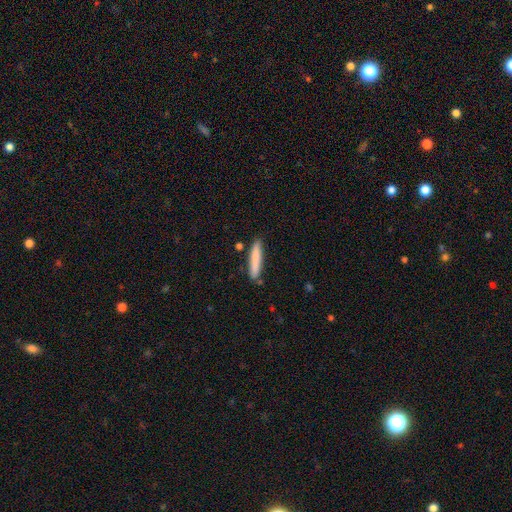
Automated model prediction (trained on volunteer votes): This is clearly a smooth galaxy (81%). How rounded: clearly cigar-shaped (91%). Merging: clearly none (85%).